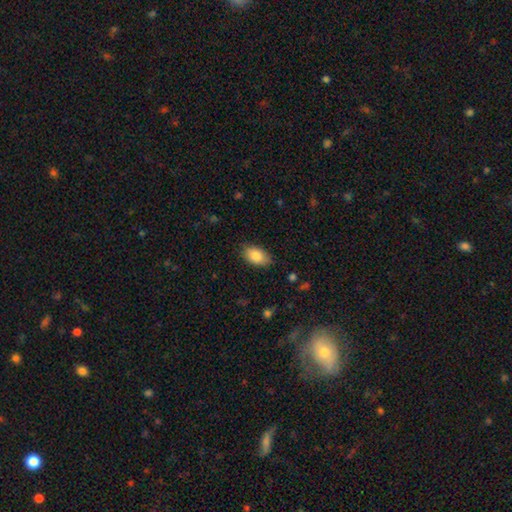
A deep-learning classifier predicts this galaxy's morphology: smooth-or-featured: smooth: 86% | featured or disk: 7% | star or artifact: 7%
  how-rounded: in between: 93% | round: 6% | cigar-shaped: 2%
  merging: none: 81% | minor disturbance: 15% | major disturbance: 3% | merger: 1%